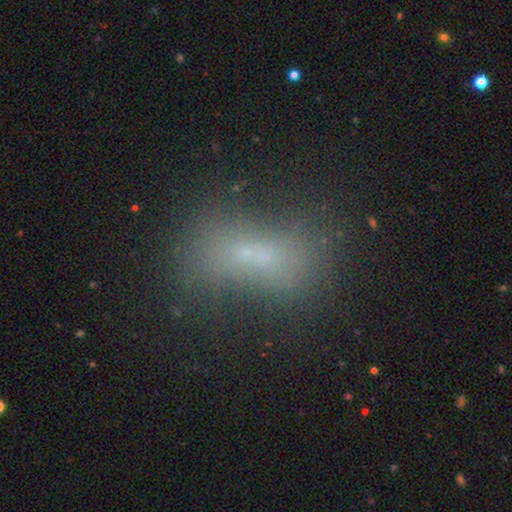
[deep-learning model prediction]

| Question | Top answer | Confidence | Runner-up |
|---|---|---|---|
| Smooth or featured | smooth | 50% | featured or disk (28%) |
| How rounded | in between | 71% | cigar-shaped (19%) |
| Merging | none | 43% | merger (22%) |